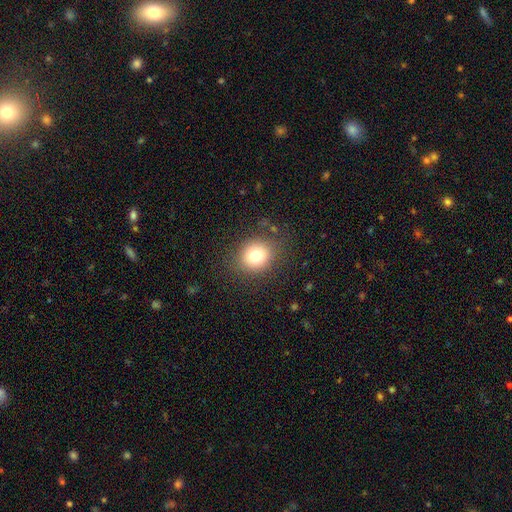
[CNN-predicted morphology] This is likely a smooth galaxy (77%). How rounded: likely round (74%). Merging: clearly none (84%).